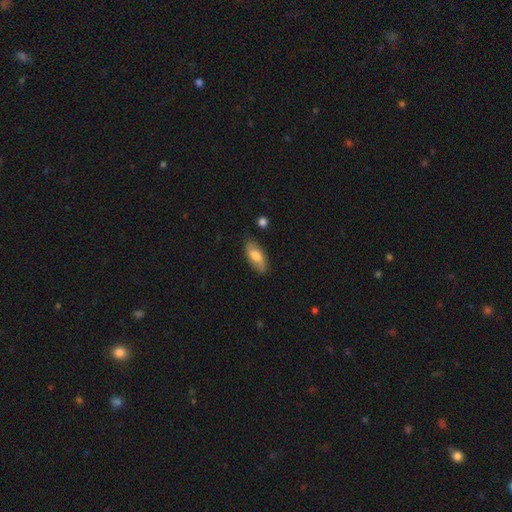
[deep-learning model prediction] The model was most divided on "smooth or featured": smooth: 70%, featured or disk: 24%, star or artifact: 6%. More confident: how rounded — in between (86%); merging — none (82%).